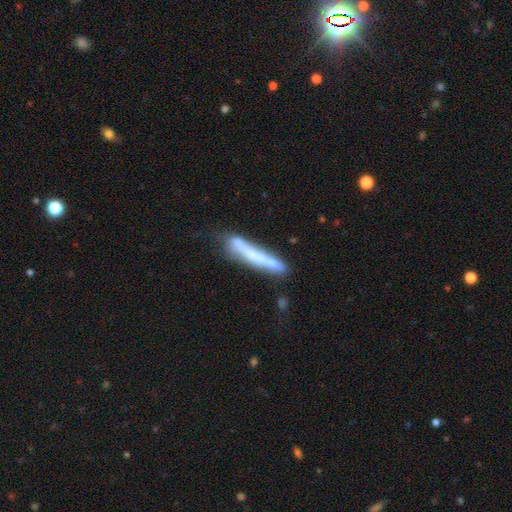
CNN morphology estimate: A smooth galaxy with no disk features (47%).

Vote fractions:
- Smooth or featured? smooth: 47% / featured or disk: 45% / star or artifact: 7%
- Merging? none: 64% / minor disturbance: 22% / merger: 7% / major disturbance: 6%